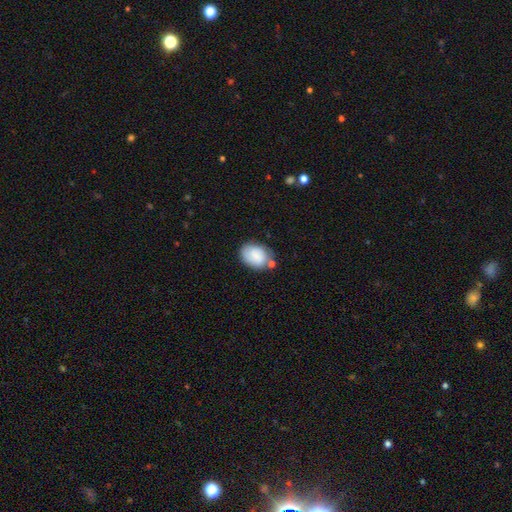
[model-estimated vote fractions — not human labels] smooth_or_featured: smooth (p=0.76) [alt: featured or disk p=0.17]
how_rounded: in between (p=0.75) [alt: round p=0.24]
merging: none (p=0.58) [alt: minor disturbance p=0.23]